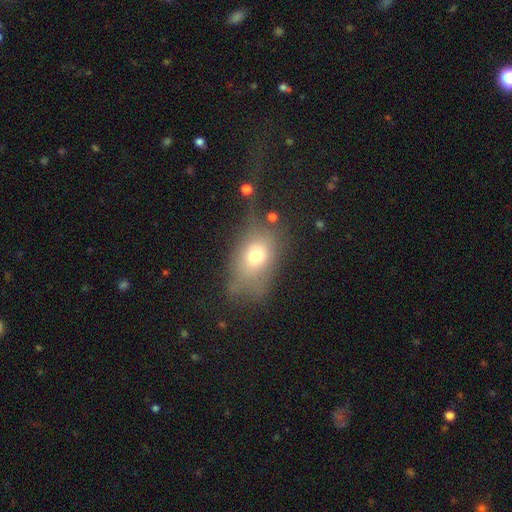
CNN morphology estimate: Q: Smooth or featured?
A: smooth (68%); runner-up: featured or disk (19%)
Q: How rounded?
A: in between (74%); runner-up: round (23%)
Q: Merging?
A: none (47%); runner-up: minor disturbance (25%)